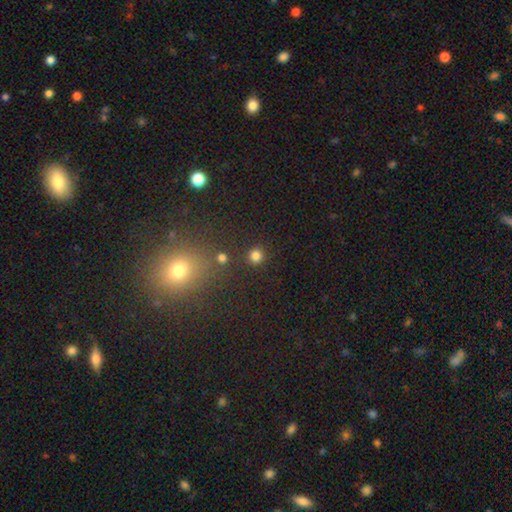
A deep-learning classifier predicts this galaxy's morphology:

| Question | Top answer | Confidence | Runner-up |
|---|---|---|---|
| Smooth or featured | smooth | 80% | star or artifact (16%) |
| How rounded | round | 93% | in between (6%) |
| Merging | none | 87% | minor disturbance (6%) |